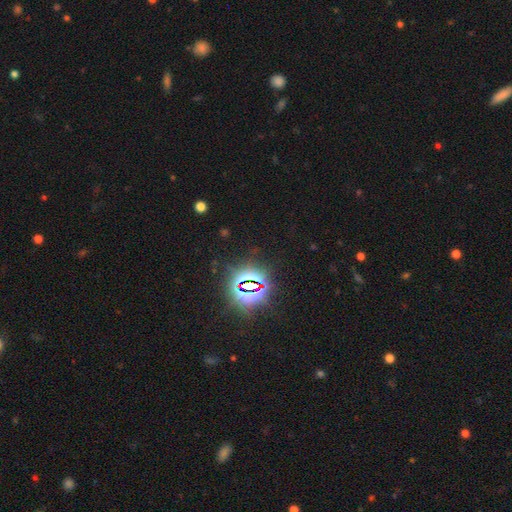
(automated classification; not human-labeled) Smooth or featured: star or artifact — 83% (smooth — 10%)